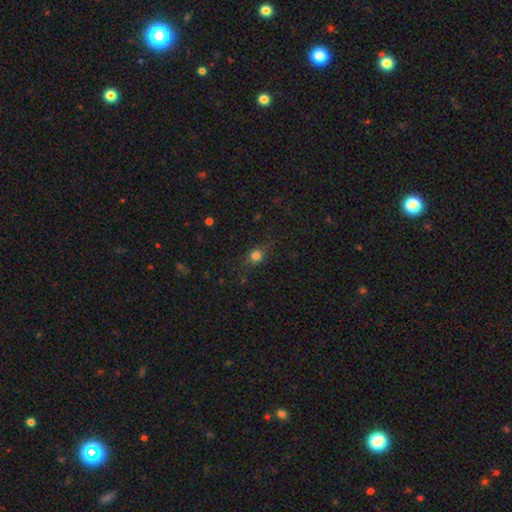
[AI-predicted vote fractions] Overall: smooth (72%). How rounded: round (70%). Merging: none (77%).